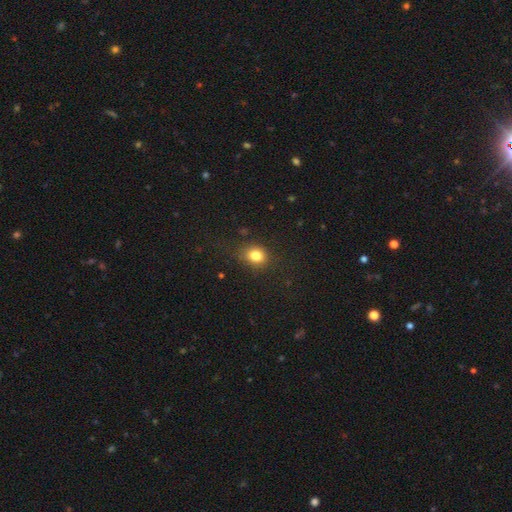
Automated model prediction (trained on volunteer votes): This appears to be a smooth galaxy with no disk features (81%) that is round (63%). Merging: none (82%).